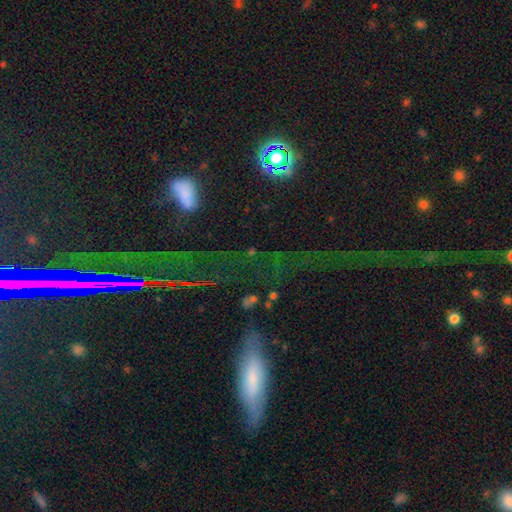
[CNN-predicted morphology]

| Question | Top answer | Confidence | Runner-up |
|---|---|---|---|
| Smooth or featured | star or artifact | 51% | featured or disk (26%) |